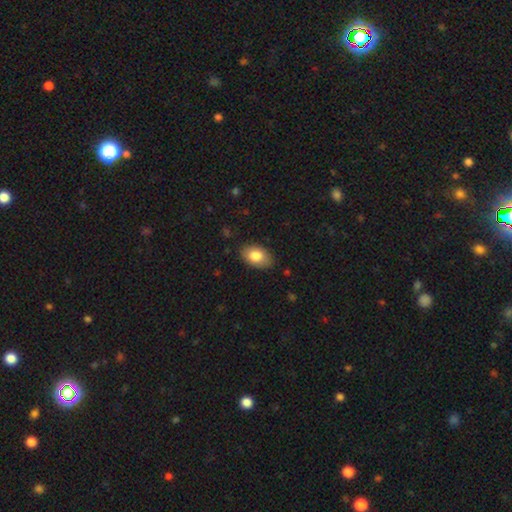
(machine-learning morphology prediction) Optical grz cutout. It shows a smooth galaxy with no disk features (82%) that is in between round and cigar-shaped (89%). Merging: none (85%).